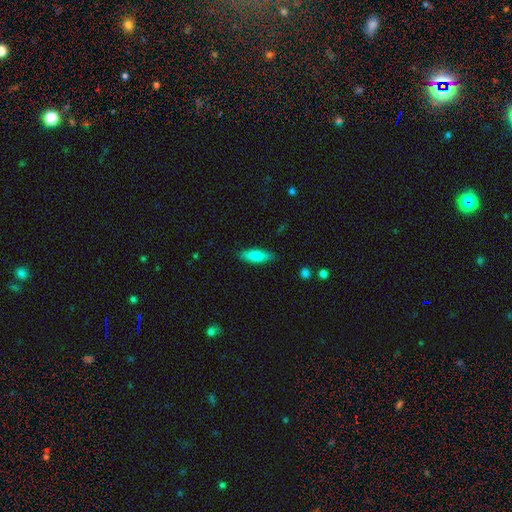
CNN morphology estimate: A smooth galaxy with no disk features (76%) that is in between round and cigar-shaped (55%). Merging: none (87%).